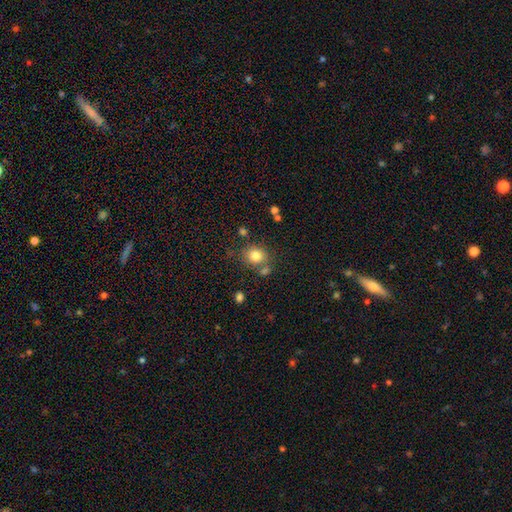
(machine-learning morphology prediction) smooth-or-featured: smooth: 82% | star or artifact: 10% | featured or disk: 8%
  how-rounded: round: 69% | in between: 30% | cigar-shaped: 1%
  merging: none: 68% | merger: 14% | minor disturbance: 13% | major disturbance: 5%